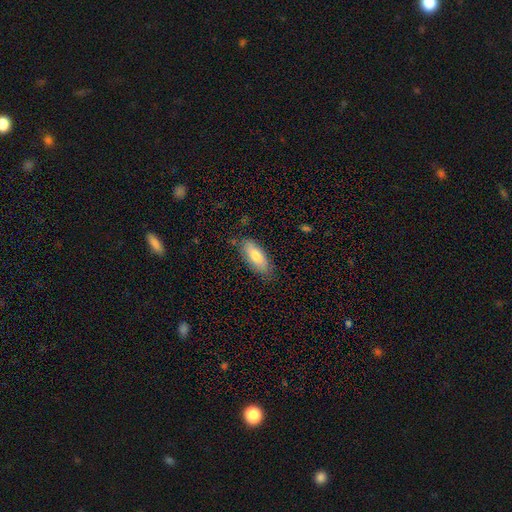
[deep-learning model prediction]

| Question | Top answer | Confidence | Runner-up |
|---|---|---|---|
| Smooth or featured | smooth | 77% | featured or disk (17%) |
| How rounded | in between | 80% | cigar-shaped (18%) |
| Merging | none | 80% | minor disturbance (16%) |